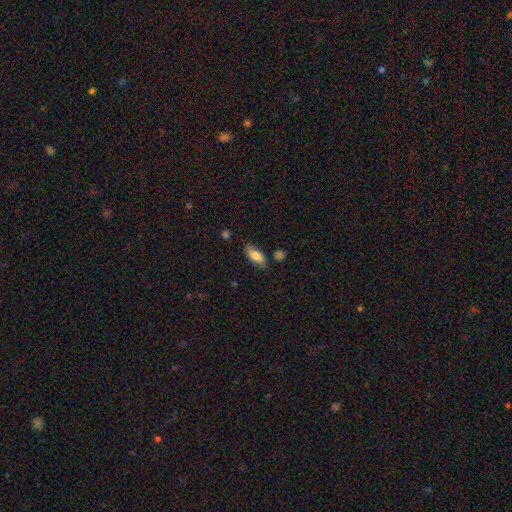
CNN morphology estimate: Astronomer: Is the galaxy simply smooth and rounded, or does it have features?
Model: smooth — 79%.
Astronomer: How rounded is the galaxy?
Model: in between — 81%.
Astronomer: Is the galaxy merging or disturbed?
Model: none — 75%.